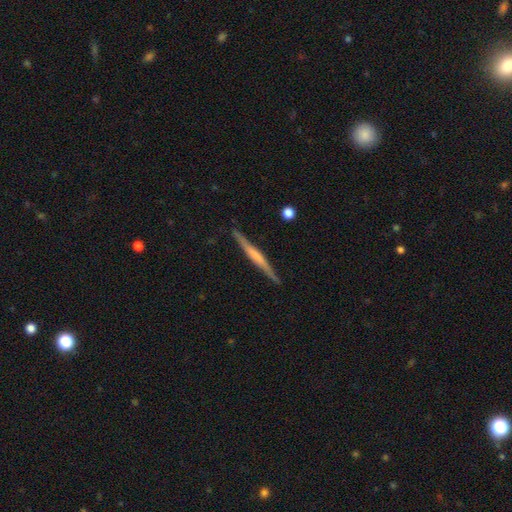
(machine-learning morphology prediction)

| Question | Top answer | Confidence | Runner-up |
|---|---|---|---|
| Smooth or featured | featured or disk | 64% | smooth (31%) |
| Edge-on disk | yes | 98% | no (2%) |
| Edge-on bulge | rounded | 41% | none (38%) |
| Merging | none | 89% | minor disturbance (8%) |